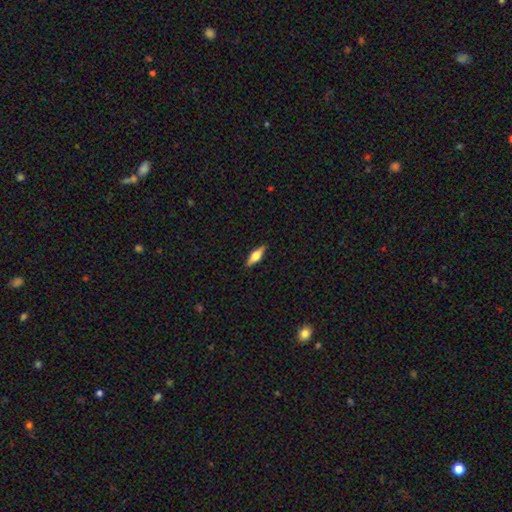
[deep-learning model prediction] A featured or disk galaxy (51%) viewed edge-on (94%). Merging: none (88%).